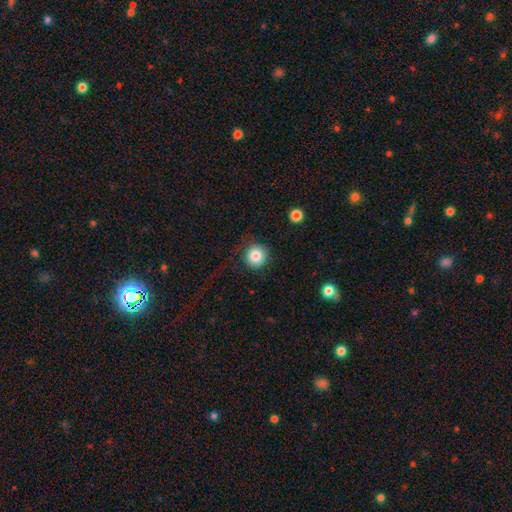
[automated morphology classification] The model was most divided on "merging": none: 84%, minor disturbance: 10%, major disturbance: 5%, merger: 1%. More confident: how rounded — round (94%); smooth or featured — smooth (84%).